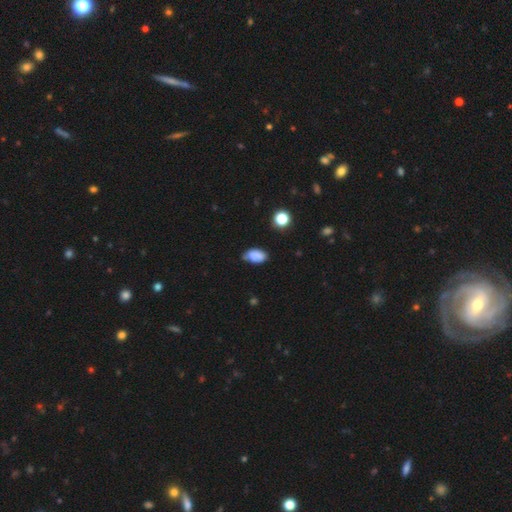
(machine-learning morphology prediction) Smooth or featured? smooth (79%)
How rounded? in between (90%)
Merging? none (60%)